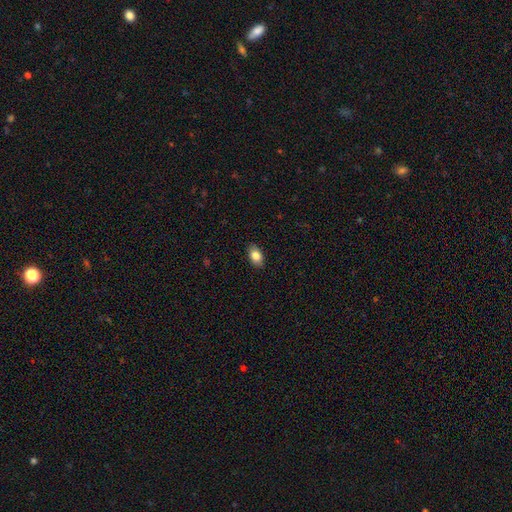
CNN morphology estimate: smooth-or-featured: smooth: 83% | featured or disk: 10% | star or artifact: 8%
  how-rounded: in between: 90% | round: 7% | cigar-shaped: 2%
  merging: none: 89% | minor disturbance: 9% | major disturbance: 2% | merger: 1%